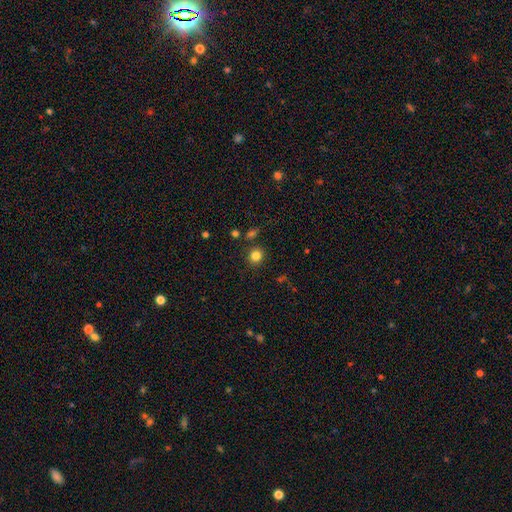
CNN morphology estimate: The model was most divided on "smooth or featured": smooth: 82%, star or artifact: 13%, featured or disk: 5%. More confident: how rounded — round (87%); merging — none (85%).